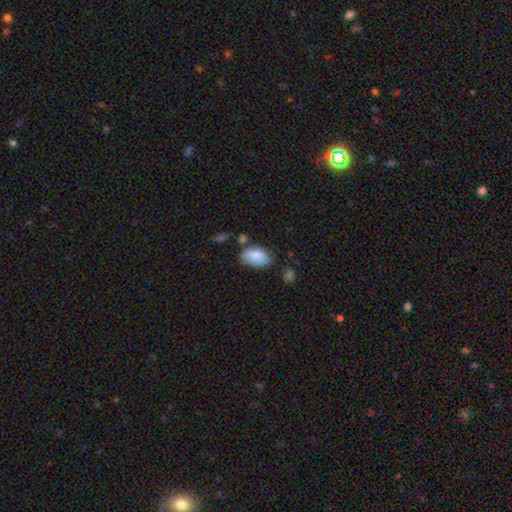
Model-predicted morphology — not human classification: type=smooth (84%); roundness=in between (92%); merging=none (57%).